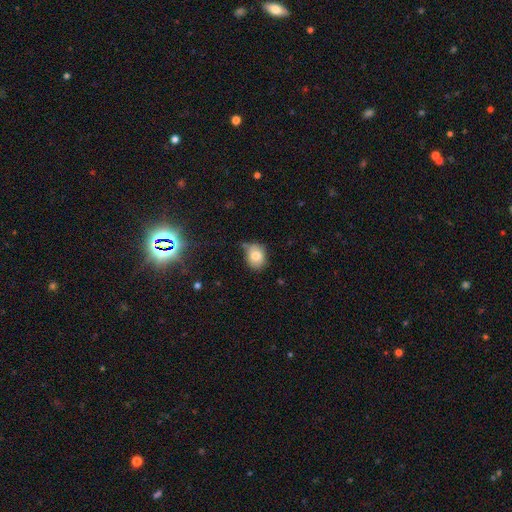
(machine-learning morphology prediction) smooth 78%, featured or disk 12%, star or artifact 9%. Down the decision tree: how rounded — in between (52%); merging — none (64%).